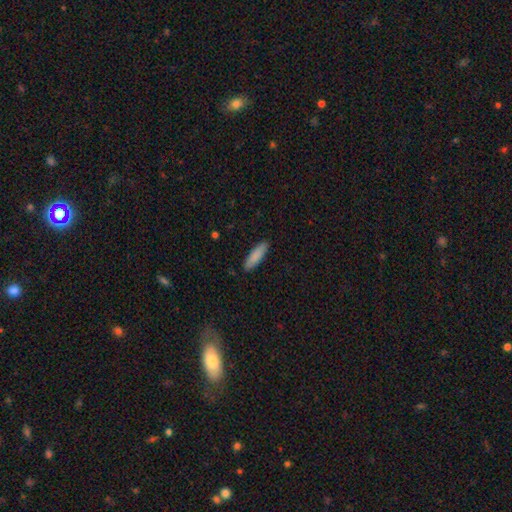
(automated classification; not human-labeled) Overall: smooth (87%). How rounded: cigar-shaped (61%; in between 38%). Merging: none (88%).